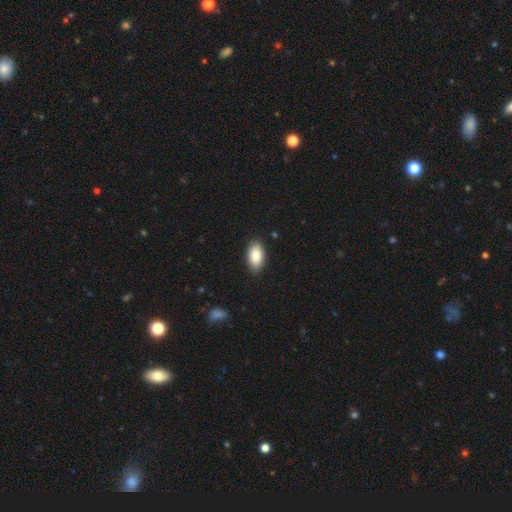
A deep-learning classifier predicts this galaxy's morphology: smooth-or-featured: smooth: 87% | featured or disk: 7% | star or artifact: 6%
  how-rounded: in between: 94% | round: 3% | cigar-shaped: 3%
  merging: none: 87% | minor disturbance: 10% | major disturbance: 2% | merger: 1%